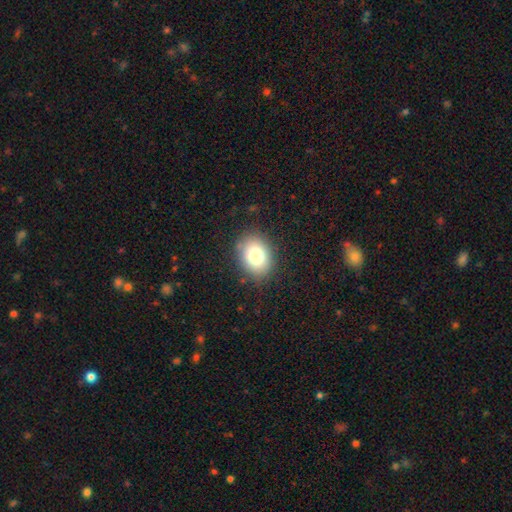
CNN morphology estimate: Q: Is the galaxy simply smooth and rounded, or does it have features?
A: smooth — 78%.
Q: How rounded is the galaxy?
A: in between — 58%.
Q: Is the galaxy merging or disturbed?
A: none — 84%.